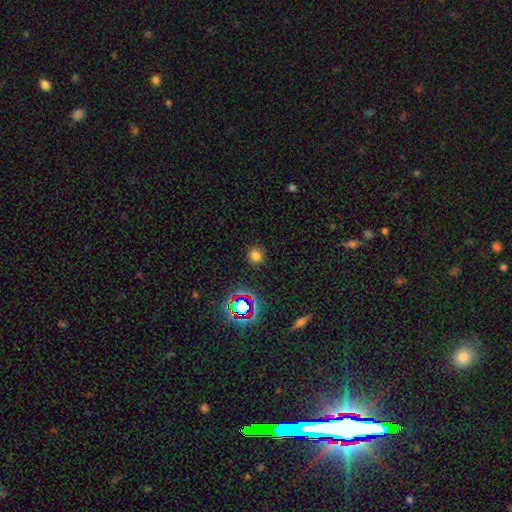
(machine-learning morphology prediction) Q: Smooth or featured?
A: smooth (73%); runner-up: star or artifact (21%)
Q: How rounded?
A: round (82%); runner-up: in between (17%)
Q: Merging?
A: none (88%); runner-up: minor disturbance (8%)